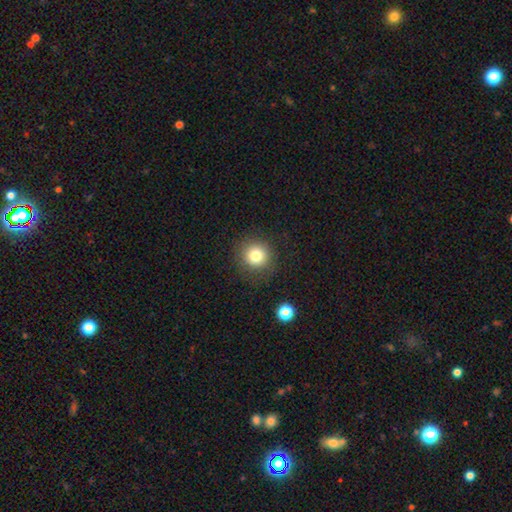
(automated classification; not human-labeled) smooth_or_featured: smooth (p=0.79) [alt: star or artifact p=0.12]
how_rounded: round (p=0.93) [alt: in between p=0.06]
merging: none (p=0.86) [alt: minor disturbance p=0.09]